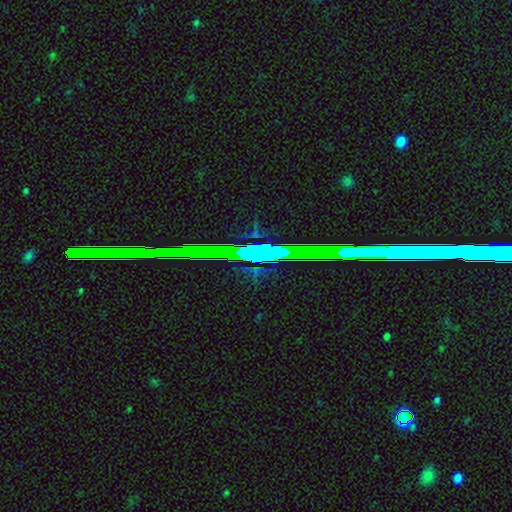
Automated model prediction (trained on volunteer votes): Smooth or featured?
  - star or artifact: 72% *
  - featured or disk: 15%
  - smooth: 12%